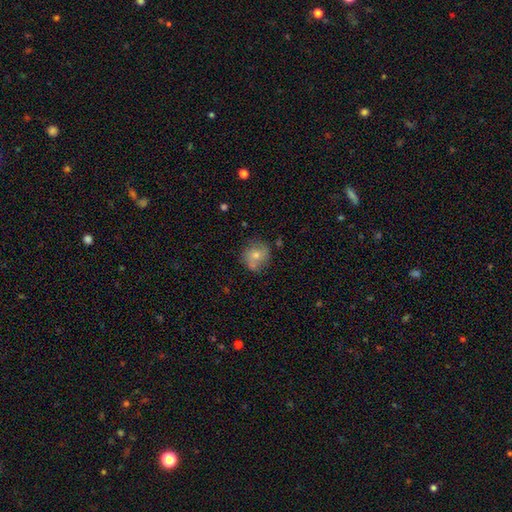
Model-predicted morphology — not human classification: Smooth or featured?
  - smooth: 63% *
  - featured or disk: 27%
  - star or artifact: 9%
How rounded?
  - round: 82% *
  - in between: 17%
  - cigar-shaped: 1%
Merging?
  - none: 66% *
  - minor disturbance: 19%
  - merger: 10%
  - major disturbance: 5%